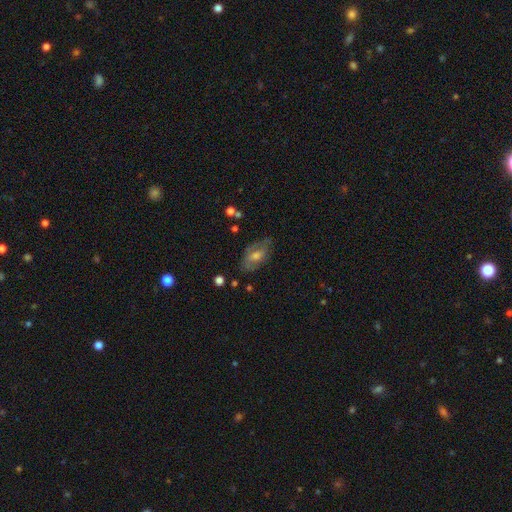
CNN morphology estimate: Smooth or featured?
  - featured or disk: 55% *
  - smooth: 35%
  - star or artifact: 11%
Edge-on disk?
  - no: 89% *
  - yes: 11%
Merging?
  - none: 68% *
  - minor disturbance: 21%
  - major disturbance: 9%
  - merger: 2%